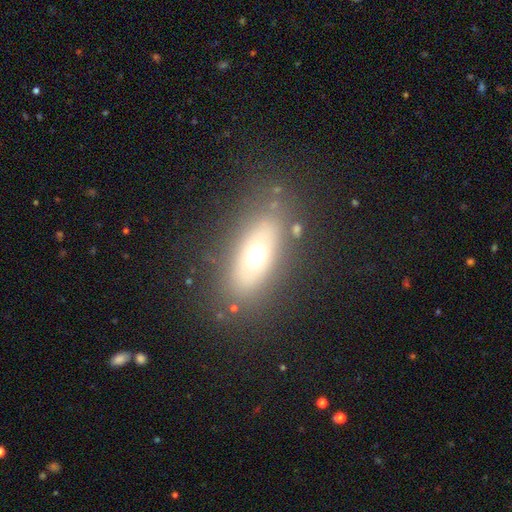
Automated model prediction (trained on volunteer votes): Q: Smooth or featured?
A: smooth (53%); runner-up: featured or disk (35%)
Q: How rounded?
A: in between (74%); runner-up: cigar-shaped (16%)
Q: Merging?
A: none (78%); runner-up: minor disturbance (12%)